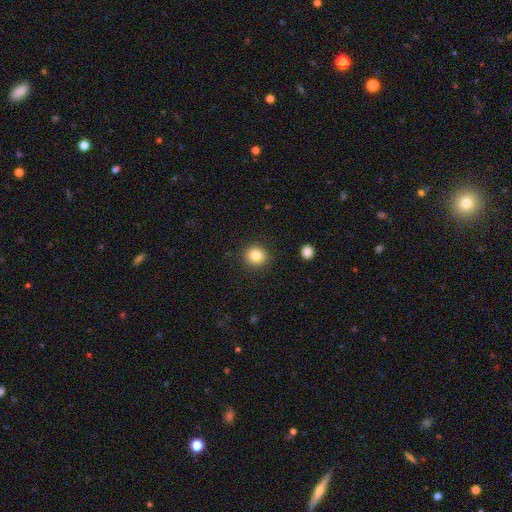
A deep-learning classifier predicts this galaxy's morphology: smooth 81%, star or artifact 11%, featured or disk 8%. Down the decision tree: how rounded — round (89%); merging — none (90%).